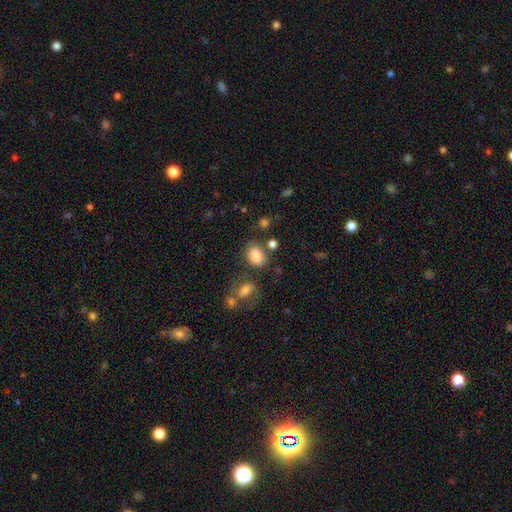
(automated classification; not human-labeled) Overall: smooth (83%). How rounded: in between (80%). Merging: none (65%).